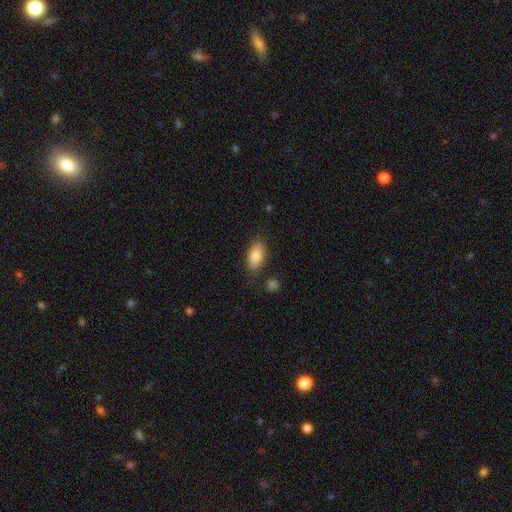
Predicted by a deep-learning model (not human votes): Overall: smooth (84%). How rounded: in between (90%). Merging: none (81%).